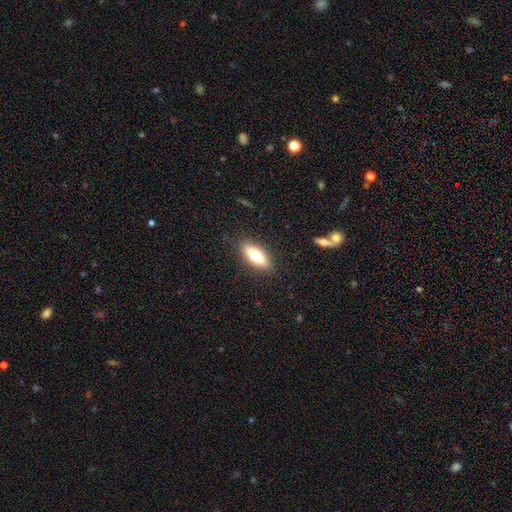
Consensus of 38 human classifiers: Smooth or featured? smooth (63%)
How rounded? in between (71%)
Merging? none (74%)